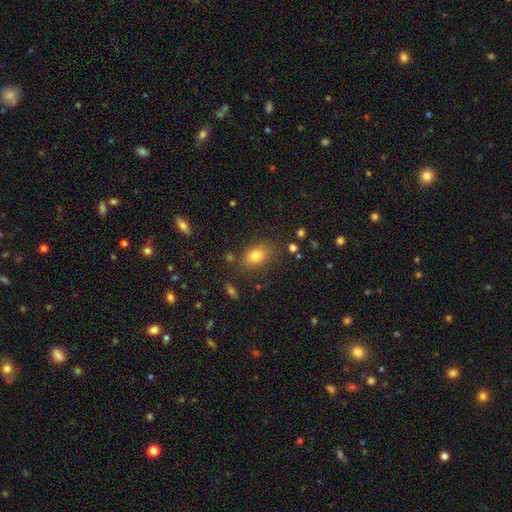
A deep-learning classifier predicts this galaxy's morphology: A smooth galaxy with no disk features (80%) that is in between round and cigar-shaped (75%). Merging: none (79%).